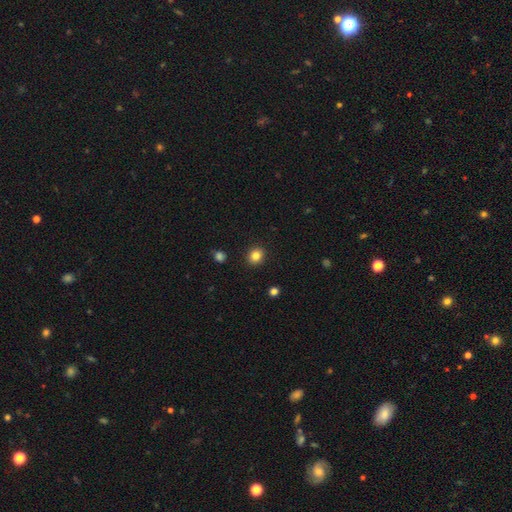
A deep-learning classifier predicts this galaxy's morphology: A smooth galaxy with no disk features (83%) that is round (78%).

Vote fractions:
- Smooth or featured? smooth: 83% / star or artifact: 11% / featured or disk: 5%
- How rounded? round: 78% / in between: 21% / cigar-shaped: 1%
- Merging? none: 91% / minor disturbance: 6% / major disturbance: 2% / merger: 1%